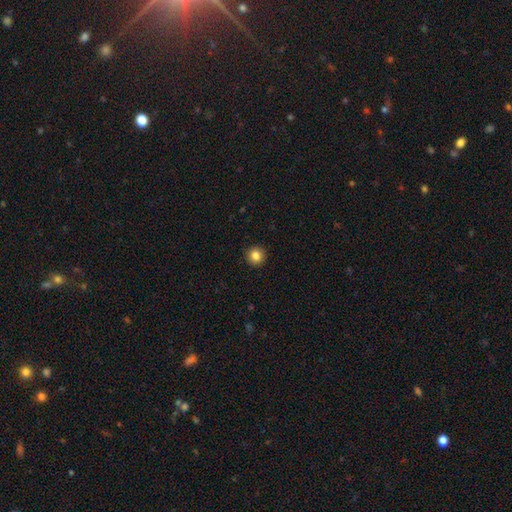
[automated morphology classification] The model was most divided on "smooth or featured": smooth: 84%, star or artifact: 10%, featured or disk: 5%. More confident: how rounded — round (95%); merging — none (93%).